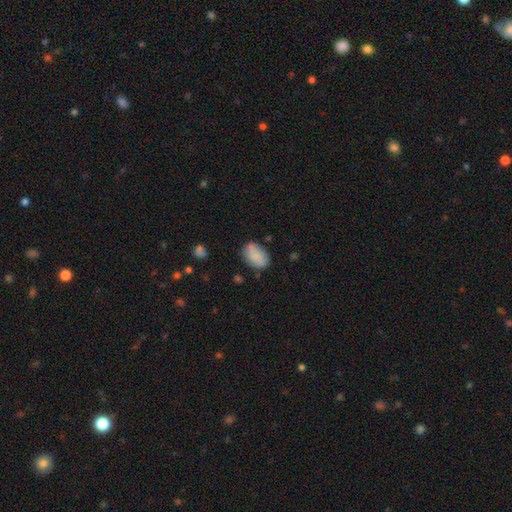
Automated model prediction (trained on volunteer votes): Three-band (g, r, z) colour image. It shows a smooth galaxy with no disk features (83%) that is in between round and cigar-shaped (88%). Merging: none (69%).